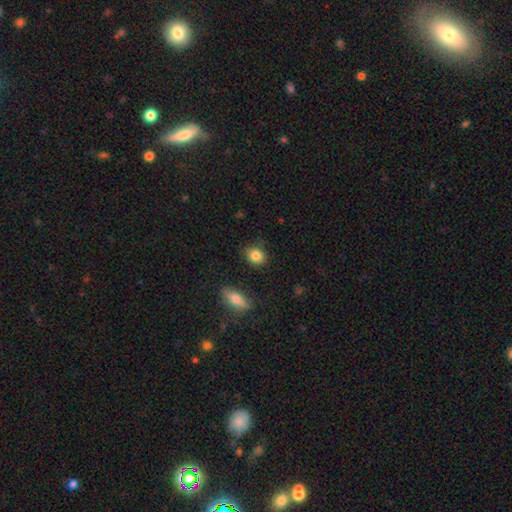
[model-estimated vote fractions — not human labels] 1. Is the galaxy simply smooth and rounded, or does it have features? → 85% smooth, 8% star or artifact, 6% featured or disk.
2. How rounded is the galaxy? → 55% round, 43% in between, 2% cigar-shaped.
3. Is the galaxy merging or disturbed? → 81% none, 13% minor disturbance, 3% major disturbance, 3% merger.